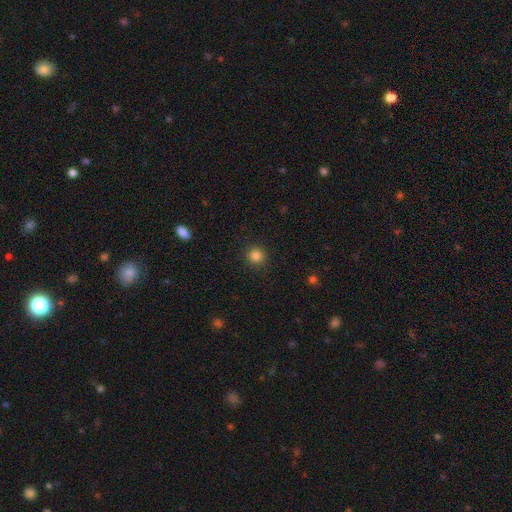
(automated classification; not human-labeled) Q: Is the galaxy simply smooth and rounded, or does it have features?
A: smooth — 84%.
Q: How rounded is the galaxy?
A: round — 94%.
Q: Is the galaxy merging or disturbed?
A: none — 91%.